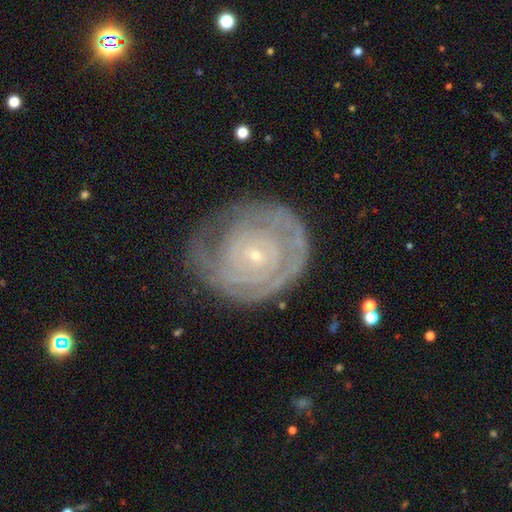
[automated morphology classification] This is clearly a featured or disk galaxy (81%). It is clearly not viewed edge-on (97%). Bar: likely no (76%). Spiral arm pattern: clearly yes (89%). Spiral arm count: possibly can't tell (46%). Spiral winding: clearly tight (84%). Central bulge: clearly small (87%). Merging: likely none (70%).